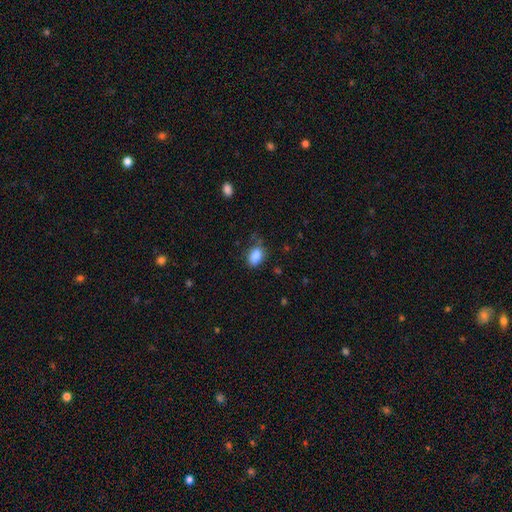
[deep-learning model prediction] Overall: smooth (87%). How rounded: in between (86%). Merging: none (68%).